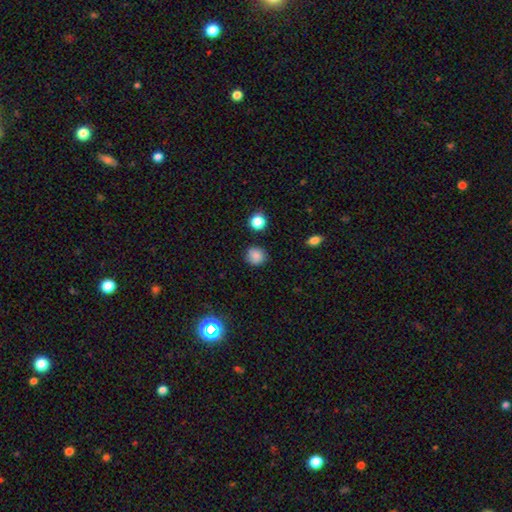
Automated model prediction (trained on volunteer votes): A smooth galaxy with no disk features (83%) that is round (88%). Merging: none (84%).